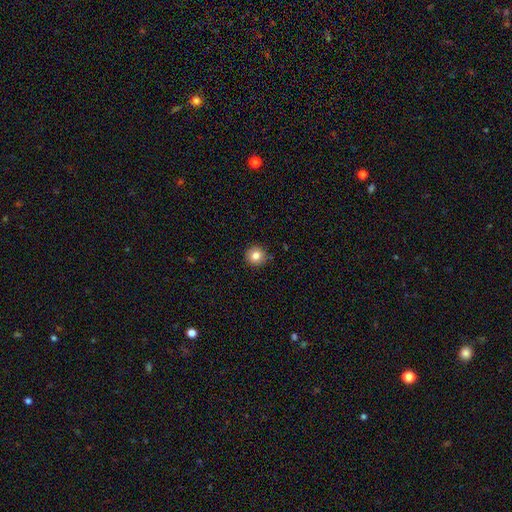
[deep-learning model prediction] Q: Smooth or featured?
A: smooth (82%); runner-up: star or artifact (10%)
Q: How rounded?
A: round (94%); runner-up: in between (5%)
Q: Merging?
A: none (89%); runner-up: minor disturbance (8%)